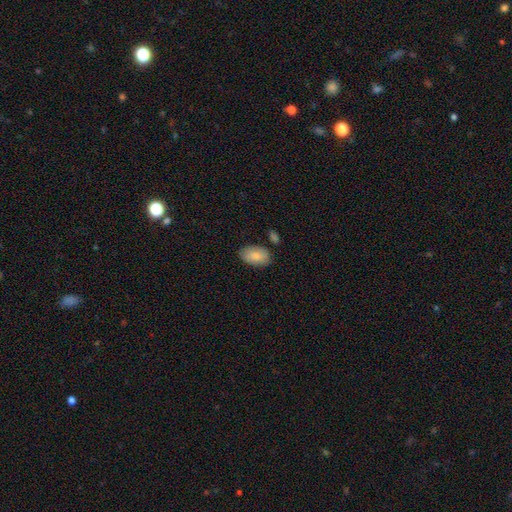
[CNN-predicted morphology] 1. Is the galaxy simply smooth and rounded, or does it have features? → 81% smooth, 13% featured or disk, 6% star or artifact.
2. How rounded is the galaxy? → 93% in between, 6% round, 2% cigar-shaped.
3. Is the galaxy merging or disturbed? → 79% none, 14% minor disturbance, 4% merger, 3% major disturbance.